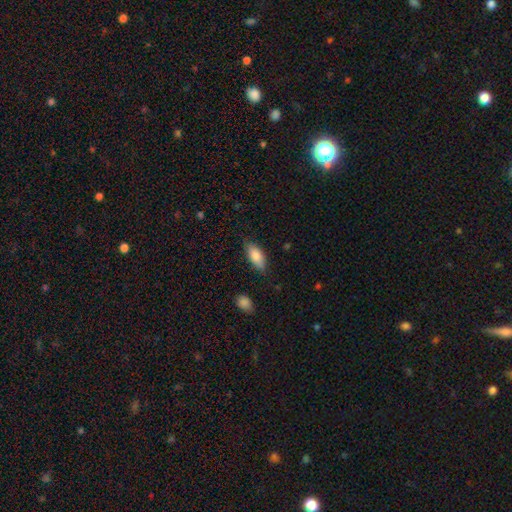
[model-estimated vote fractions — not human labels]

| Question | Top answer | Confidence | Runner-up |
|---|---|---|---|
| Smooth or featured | smooth | 85% | featured or disk (9%) |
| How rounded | in between | 87% | cigar-shaped (11%) |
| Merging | none | 79% | minor disturbance (16%) |